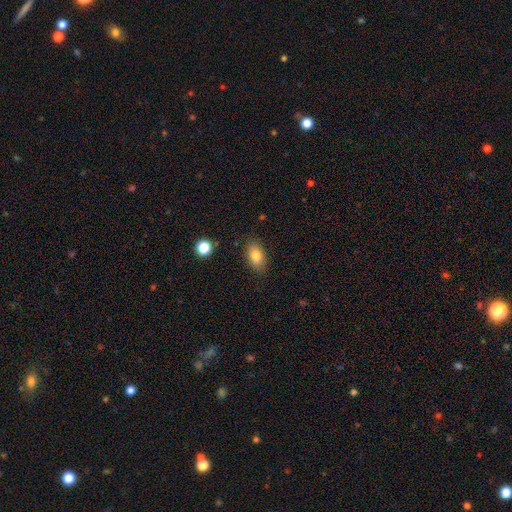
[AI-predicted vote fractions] Morphology: type=smooth (81%); roundness=in between (89%); merging=none (84%).